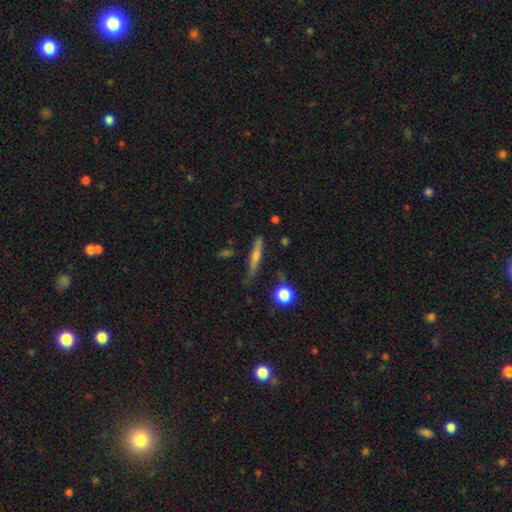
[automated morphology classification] Smooth or featured?
  - featured or disk: 48% *
  - smooth: 44%
  - star or artifact: 9%
Merging?
  - none: 80% *
  - minor disturbance: 14%
  - major disturbance: 3%
  - merger: 3%